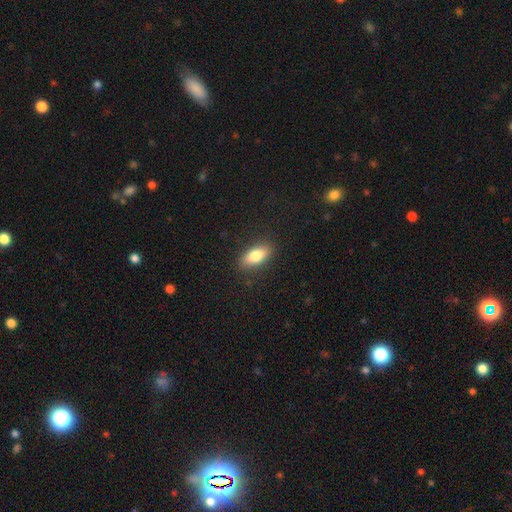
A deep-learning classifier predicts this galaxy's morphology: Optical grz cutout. It shows a smooth galaxy with no disk features (80%) that is in between round and cigar-shaped (82%). Merging: none (87%).